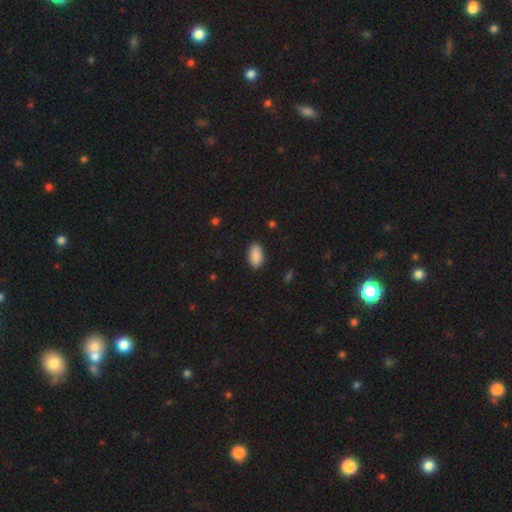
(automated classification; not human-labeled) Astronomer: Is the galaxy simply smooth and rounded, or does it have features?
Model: smooth — 90%.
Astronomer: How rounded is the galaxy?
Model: in between — 94%.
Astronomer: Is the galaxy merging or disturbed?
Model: none — 88%.